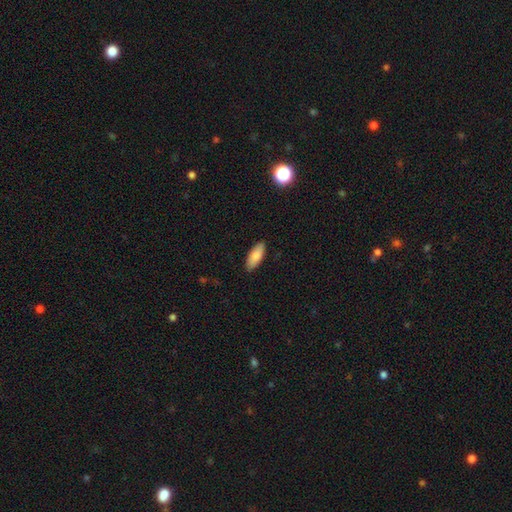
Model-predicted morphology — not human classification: This is clearly a smooth galaxy (82%). How rounded: likely in between (80%). Merging: clearly none (88%).